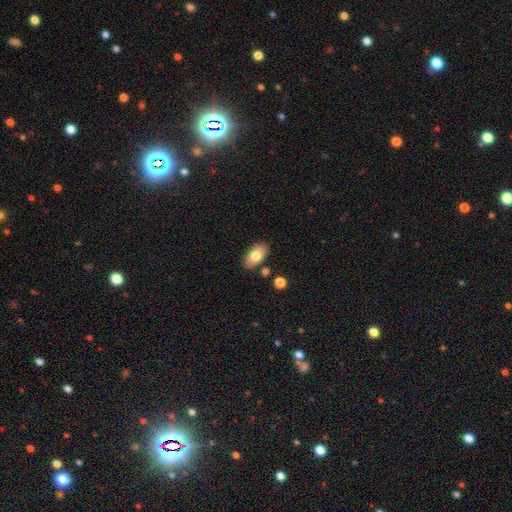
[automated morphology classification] This appears to be a smooth galaxy with no disk features (78%) that is in between round and cigar-shaped (93%). Merging: none (83%).